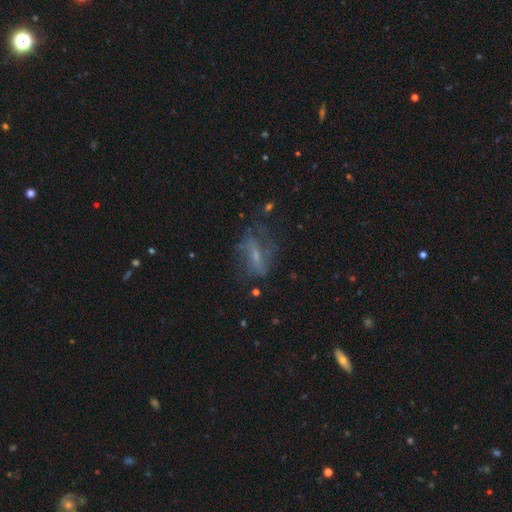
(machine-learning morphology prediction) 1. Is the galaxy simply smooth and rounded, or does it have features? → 54% featured or disk, 31% smooth, 15% star or artifact.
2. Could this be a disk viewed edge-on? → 86% no, 14% yes.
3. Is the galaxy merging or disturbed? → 49% none, 25% major disturbance, 22% minor disturbance, 3% merger.